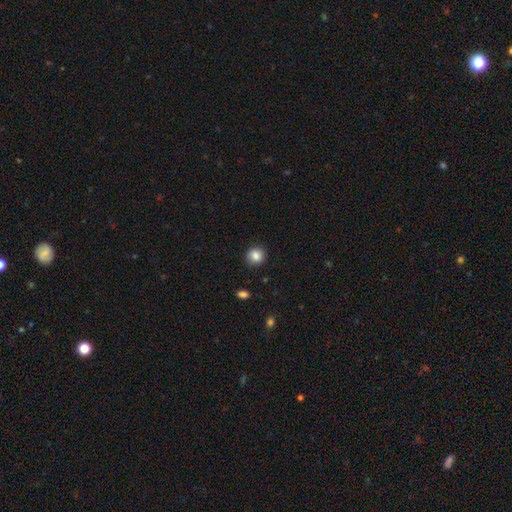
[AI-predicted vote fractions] Smooth or featured? smooth (86%)
How rounded? round (88%)
Merging? none (89%)